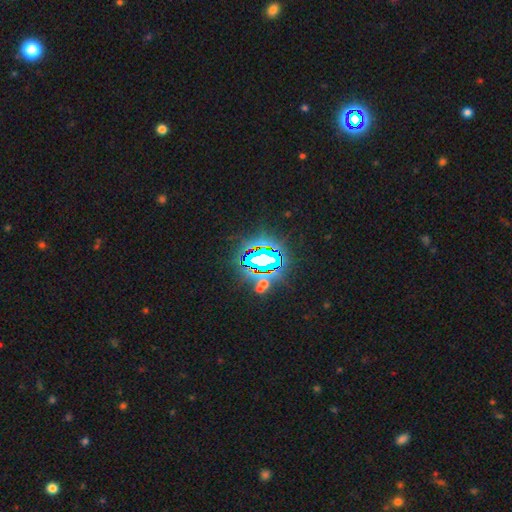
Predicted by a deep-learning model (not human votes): The model was most divided on "smooth or featured": star or artifact: 76%, smooth: 13%, featured or disk: 11%.